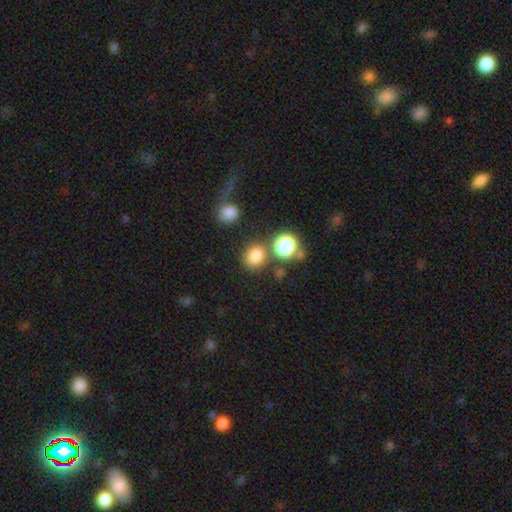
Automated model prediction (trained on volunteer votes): Smooth or featured? Predicted: smooth (p=0.79). How rounded? Predicted: round (p=0.70). Merging? Predicted: none (p=0.71).